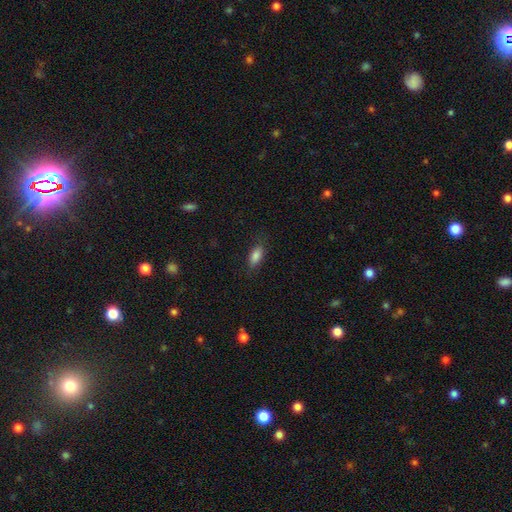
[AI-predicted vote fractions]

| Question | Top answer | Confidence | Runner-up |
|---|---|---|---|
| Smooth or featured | smooth | 85% | star or artifact (8%) |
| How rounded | in between | 85% | cigar-shaped (12%) |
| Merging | none | 80% | minor disturbance (15%) |